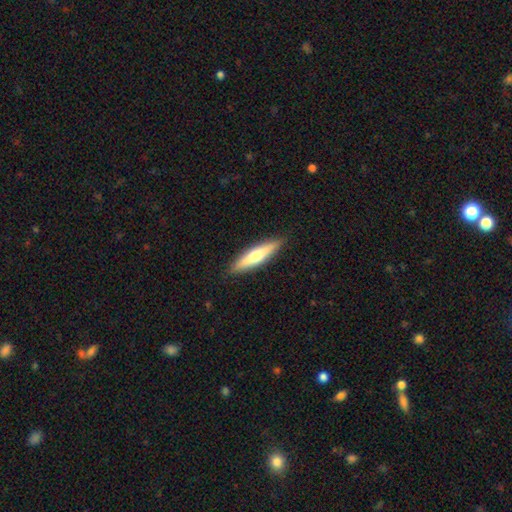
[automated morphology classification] Smooth or featured? Predicted: smooth (p=0.48). Merging? Predicted: none (p=0.89).